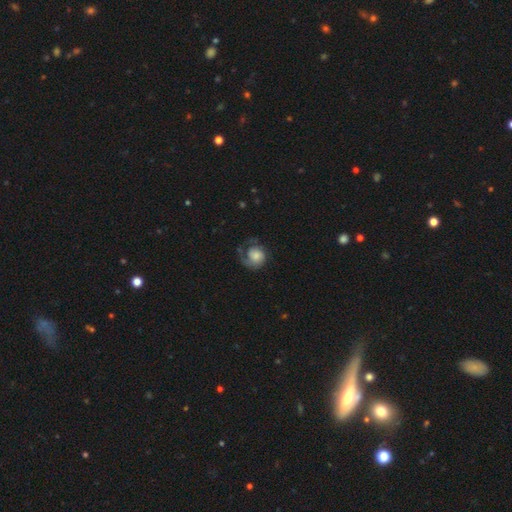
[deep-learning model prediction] smooth-or-featured: featured or disk: 52% | smooth: 41% | star or artifact: 7%
  disk-edge-on: no: 98% | yes: 2%
    bar: no: 79% | weak: 18% | strong: 3%
    has-spiral-arms: yes: 86% | no: 14%
    bulge-size: moderate: 32% | large: 26% | small: 25% | none: 11% | dominant: 6%
  merging: none: 46% | major disturbance: 30% | minor disturbance: 21% | merger: 2%